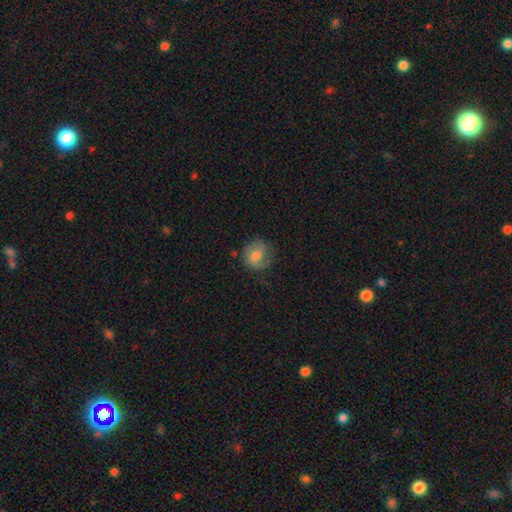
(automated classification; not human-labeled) Smooth or featured? featured or disk (51%)
Edge-on disk? no (97%)
Merging? none (66%)